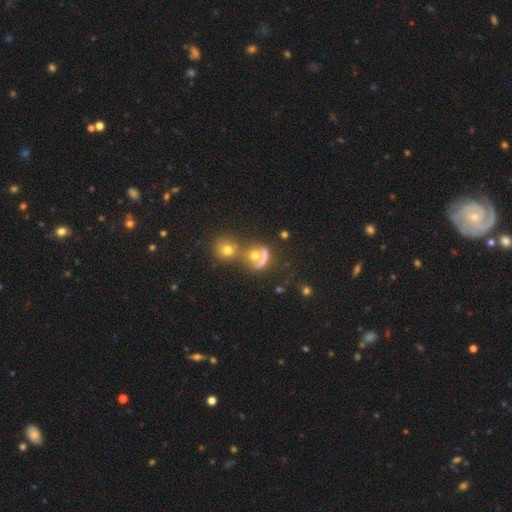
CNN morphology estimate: Smooth or featured? smooth (53%)
How rounded? round (78%)
Merging? none (47%)